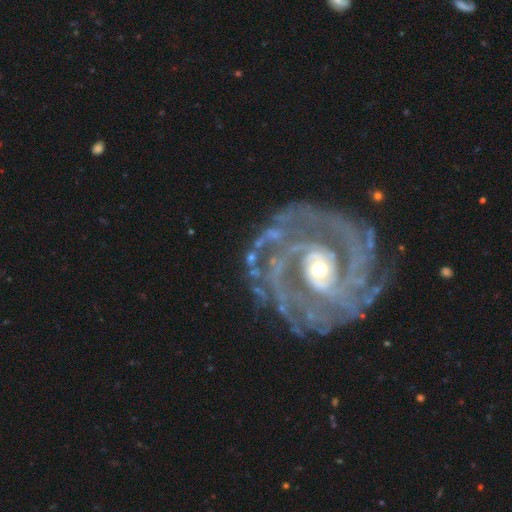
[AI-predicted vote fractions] This appears to be a featured or disk galaxy (91%) with no bar (54%), 2 (28%) tight (68%) spiral arms (97%) and a moderate central bulge (55%). Merging: none (75%).